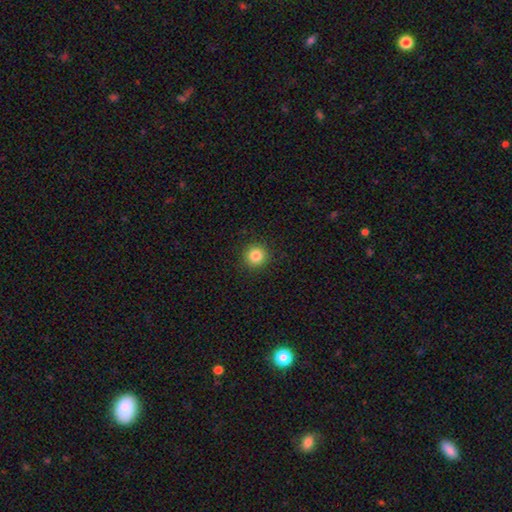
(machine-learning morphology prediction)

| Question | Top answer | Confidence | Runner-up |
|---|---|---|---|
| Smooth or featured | smooth | 84% | star or artifact (11%) |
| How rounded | round | 95% | in between (4%) |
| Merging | none | 92% | minor disturbance (5%) |